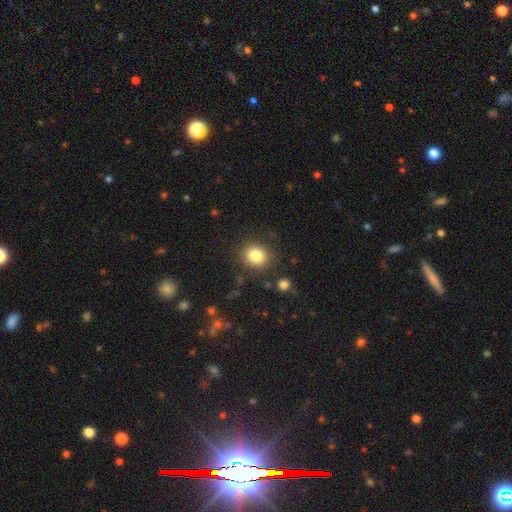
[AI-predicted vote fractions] A smooth galaxy with no disk features (83%) that is round (79%).

Vote fractions:
- Smooth or featured? smooth: 83% / star or artifact: 10% / featured or disk: 6%
- How rounded? round: 79% / in between: 20% / cigar-shaped: 1%
- Merging? none: 86% / minor disturbance: 8% / major disturbance: 3% / merger: 2%